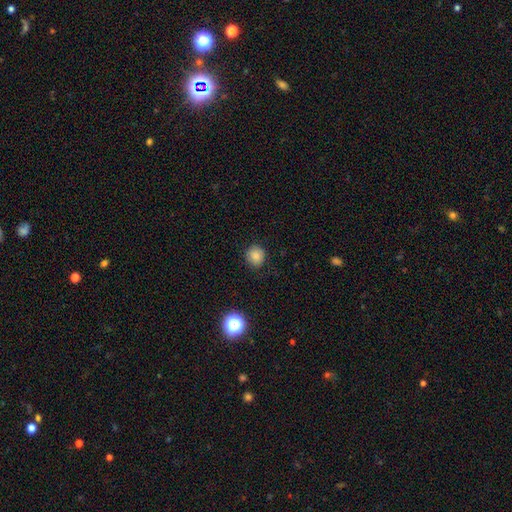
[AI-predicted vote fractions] Smooth or featured?
  - smooth: 83% *
  - star or artifact: 12%
  - featured or disk: 6%
How rounded?
  - round: 88% *
  - in between: 11%
  - cigar-shaped: 1%
Merging?
  - none: 85% *
  - minor disturbance: 12%
  - major disturbance: 3%
  - merger: 1%